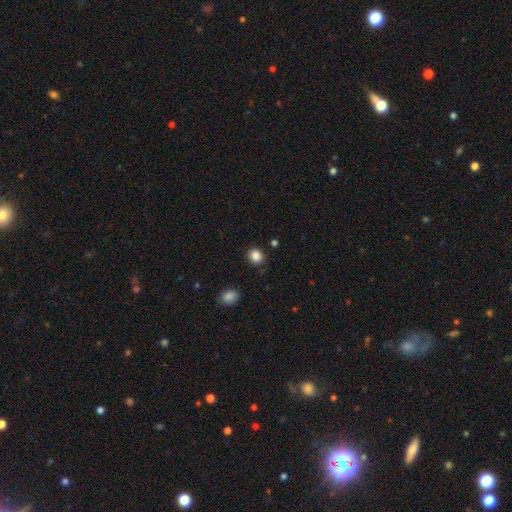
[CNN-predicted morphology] This appears to be a smooth galaxy with no disk features (86%) that is round (69%). Merging: none (87%).